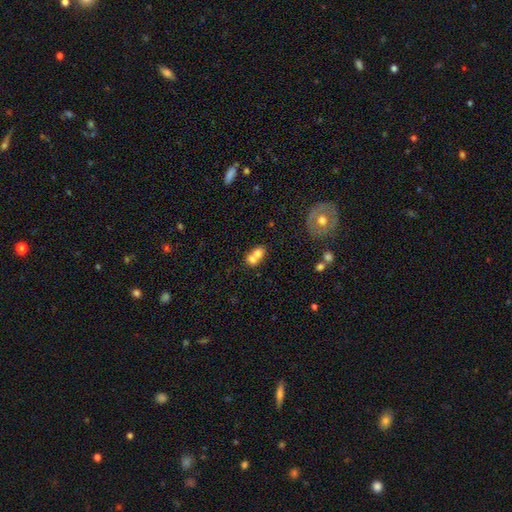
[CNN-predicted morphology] Q: Smooth or featured?
A: smooth (69%); runner-up: featured or disk (20%)
Q: How rounded?
A: round (58%); runner-up: in between (40%)
Q: Merging?
A: merger (69%); runner-up: none (22%)